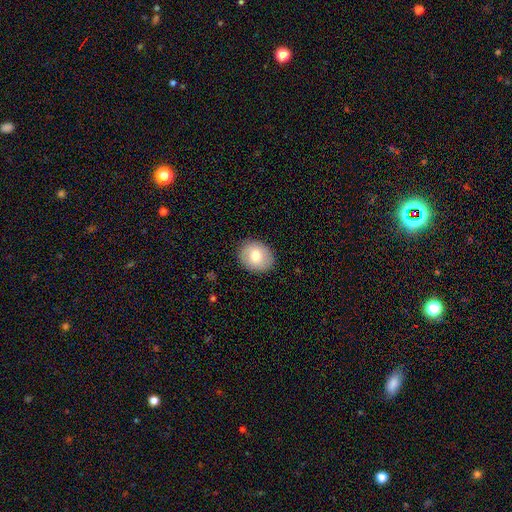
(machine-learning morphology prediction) This is likely a smooth galaxy (76%). How rounded: possibly round (55%). Merging: clearly none (88%).